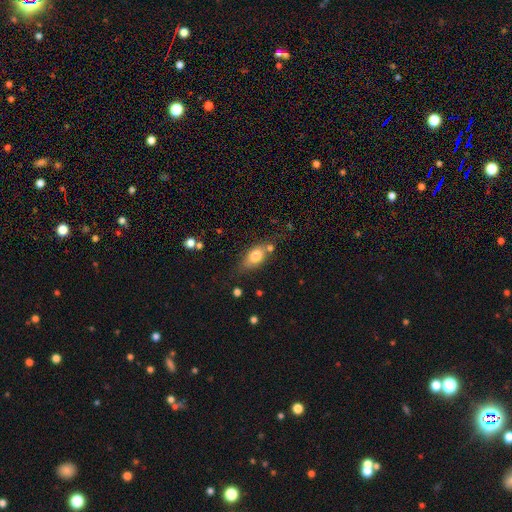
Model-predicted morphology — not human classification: Overall: smooth (75%). How rounded: in between (80%). Merging: none (60%; minor disturbance 22%).